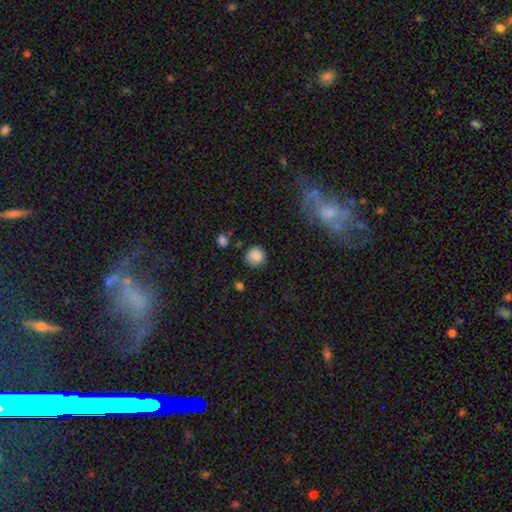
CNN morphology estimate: This is clearly a smooth galaxy (86%). How rounded: clearly round (91%). Merging: clearly none (80%).